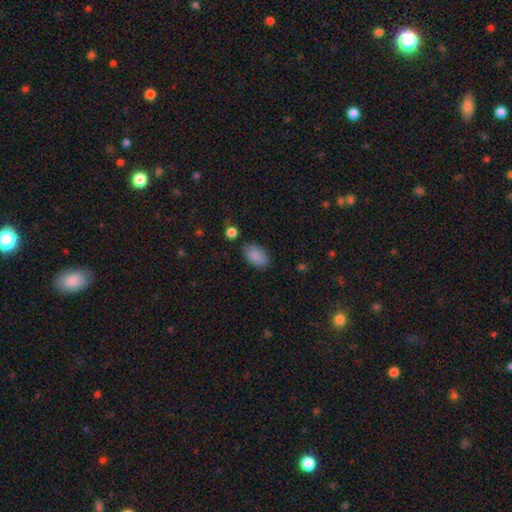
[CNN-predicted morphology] smooth-or-featured: smooth: 88% | star or artifact: 7% | featured or disk: 5%
  how-rounded: in between: 93% | round: 5% | cigar-shaped: 2%
  merging: none: 81% | minor disturbance: 13% | major disturbance: 3% | merger: 3%